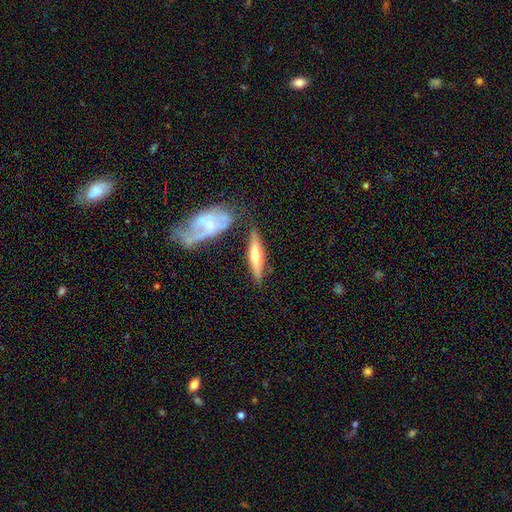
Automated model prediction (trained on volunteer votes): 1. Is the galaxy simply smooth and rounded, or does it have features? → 53% featured or disk, 42% smooth, 5% star or artifact.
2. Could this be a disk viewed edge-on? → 89% yes, 11% no.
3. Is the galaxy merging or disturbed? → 72% none, 16% minor disturbance, 8% merger, 4% major disturbance.